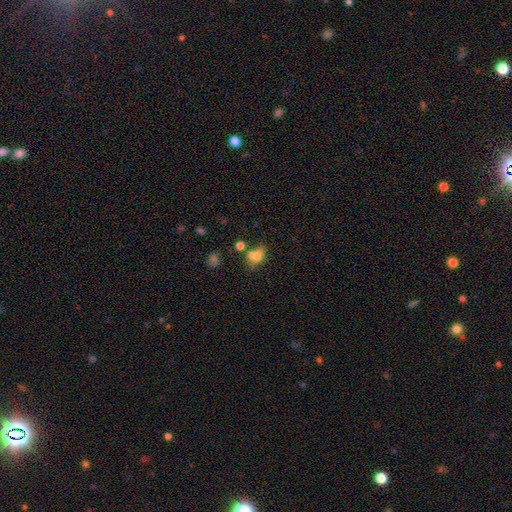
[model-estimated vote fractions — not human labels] The model was most divided on "merging": merger: 39%, none: 36%, minor disturbance: 16%, major disturbance: 9%. More confident: how rounded — in between (69%); smooth or featured — smooth (67%).